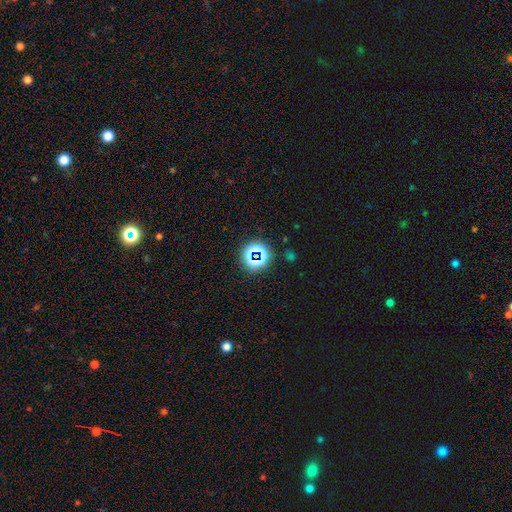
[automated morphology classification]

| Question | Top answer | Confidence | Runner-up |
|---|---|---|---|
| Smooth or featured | star or artifact | 64% | smooth (26%) |